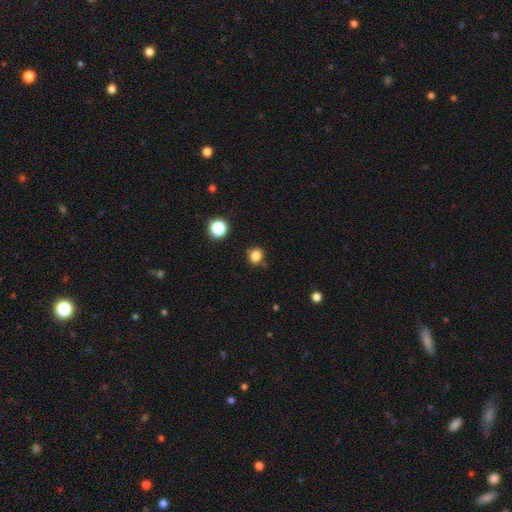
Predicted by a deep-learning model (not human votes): Smooth or featured: smooth — 83% (star or artifact — 13%)
How rounded: round — 74% (in between — 25%)
Merging: none — 79% (minor disturbance — 14%)